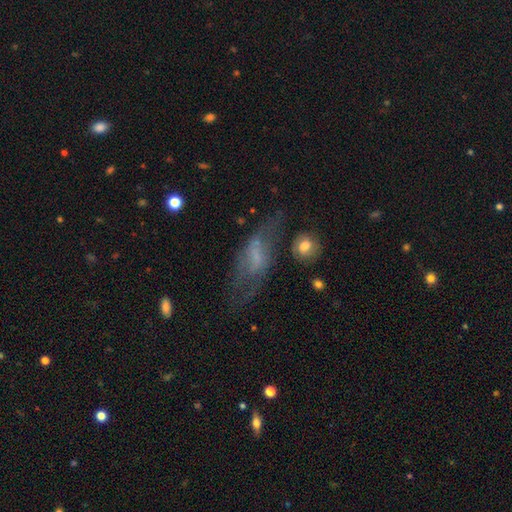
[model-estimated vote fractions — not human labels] Smooth or featured? Predicted: featured or disk (p=0.54). Edge-on disk? Predicted: no (p=0.82). Merging? Predicted: none (p=0.45).